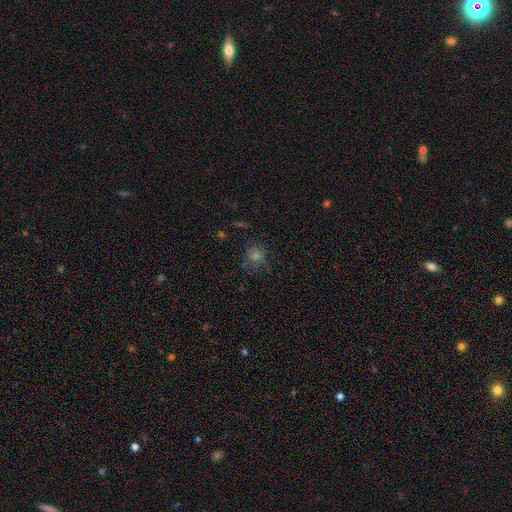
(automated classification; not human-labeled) A smooth galaxy with no disk features (61%) that is round (85%).

Vote fractions:
- Smooth or featured? smooth: 61% / star or artifact: 26% / featured or disk: 13%
- How rounded? round: 85% / in between: 13% / cigar-shaped: 1%
- Merging? none: 75% / minor disturbance: 16% / major disturbance: 7% / merger: 2%